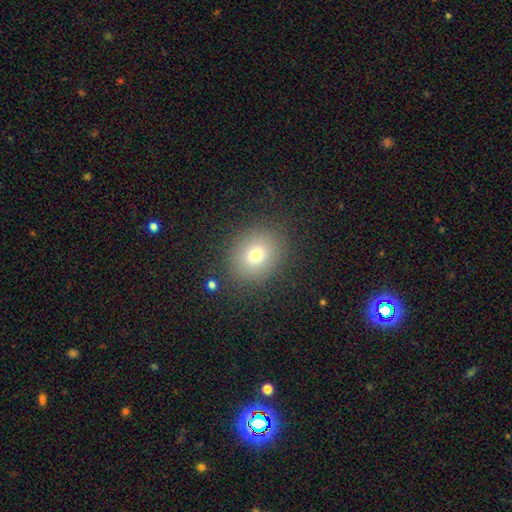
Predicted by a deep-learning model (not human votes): Smooth or featured? smooth (73%)
How rounded? round (64%)
Merging? none (87%)